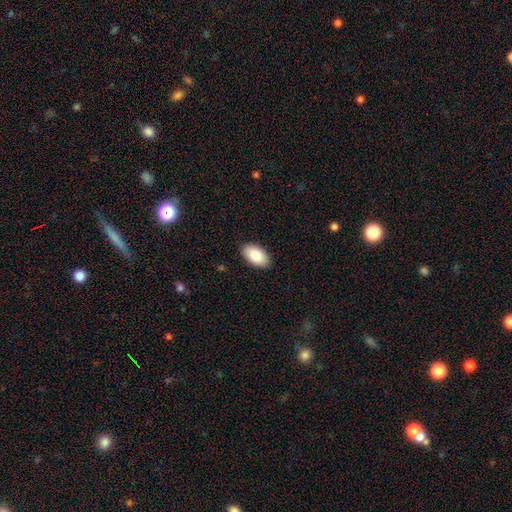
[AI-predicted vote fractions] A smooth galaxy with no disk features (85%) that is in between round and cigar-shaped (96%). Merging: none (89%).